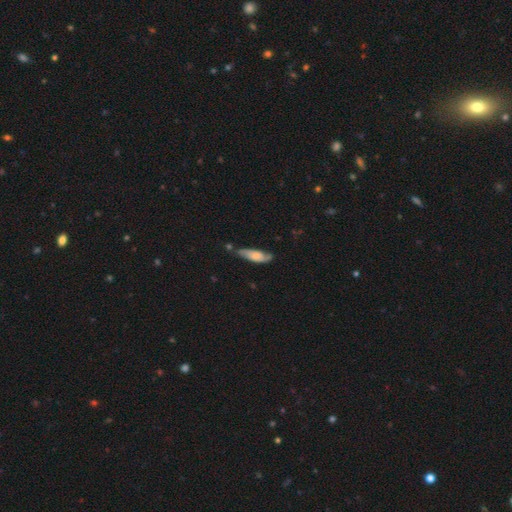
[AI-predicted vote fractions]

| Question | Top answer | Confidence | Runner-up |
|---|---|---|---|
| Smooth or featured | smooth | 56% | featured or disk (37%) |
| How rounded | in between | 53% | cigar-shaped (45%) |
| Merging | none | 57% | minor disturbance (29%) |